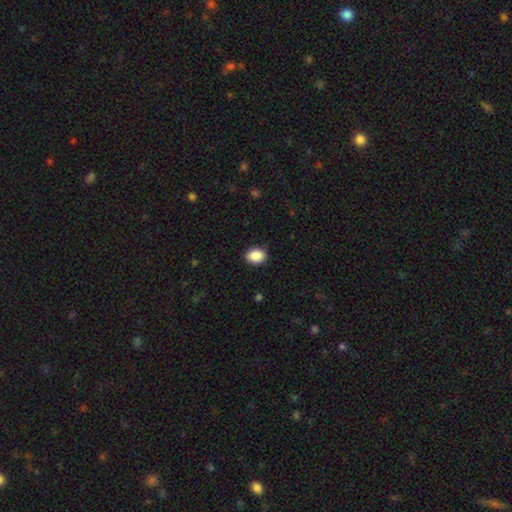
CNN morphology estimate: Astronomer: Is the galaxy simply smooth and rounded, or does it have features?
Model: smooth — 89%.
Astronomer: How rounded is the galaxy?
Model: in between — 70%.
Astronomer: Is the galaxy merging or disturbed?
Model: none — 88%.